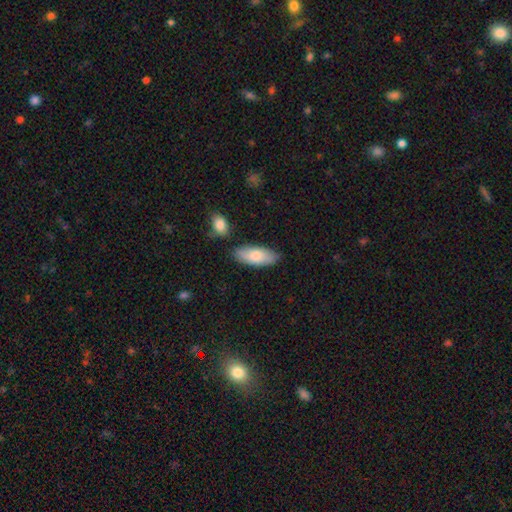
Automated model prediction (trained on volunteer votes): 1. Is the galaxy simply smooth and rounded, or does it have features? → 80% smooth, 14% featured or disk, 5% star or artifact.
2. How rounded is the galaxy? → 82% in between, 16% cigar-shaped, 2% round.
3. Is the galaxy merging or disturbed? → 79% none, 13% minor disturbance, 5% merger, 3% major disturbance.